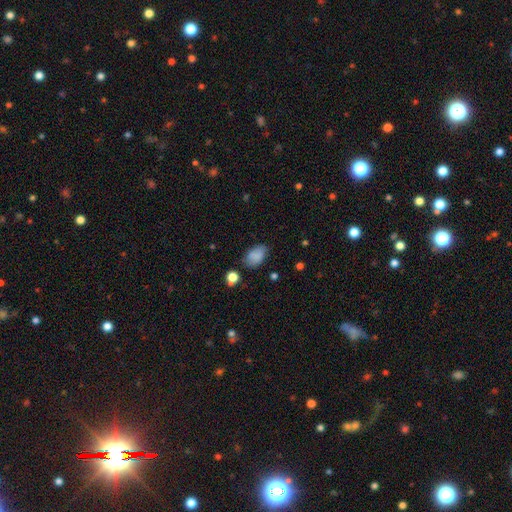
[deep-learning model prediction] smooth_or_featured: smooth (p=0.85) [alt: star or artifact p=0.09]
how_rounded: in between (p=0.88) [alt: round p=0.11]
merging: none (p=0.74) [alt: minor disturbance p=0.19]